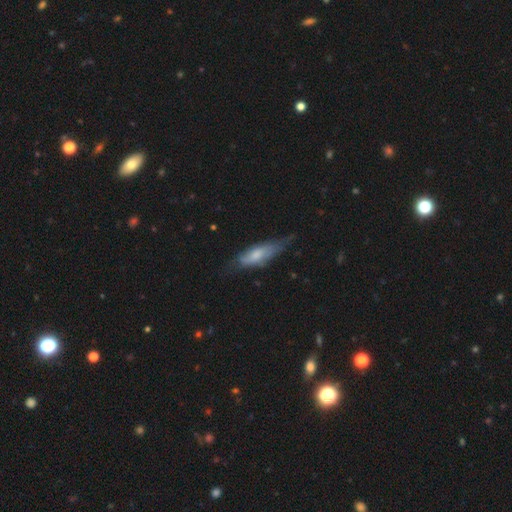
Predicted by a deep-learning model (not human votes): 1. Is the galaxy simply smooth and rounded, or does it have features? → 60% smooth, 33% featured or disk, 7% star or artifact.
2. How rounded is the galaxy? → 50% in between, 49% cigar-shaped, 2% round.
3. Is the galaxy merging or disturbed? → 46% none, 37% minor disturbance, 15% major disturbance, 2% merger.